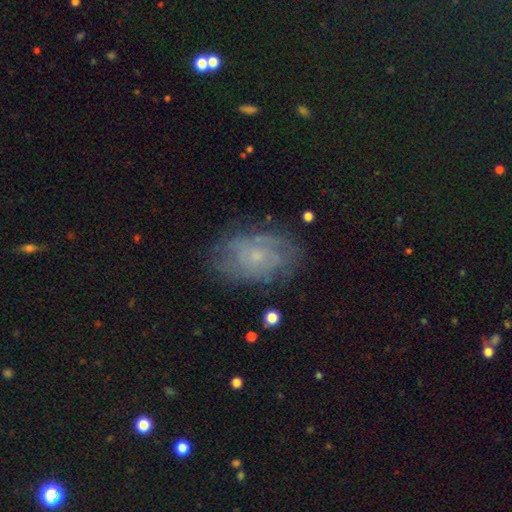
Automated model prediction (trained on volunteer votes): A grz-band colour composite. It shows a featured or disk galaxy (64%) with no bar (81%), spiral arms (78%) and a small central bulge (74%). Merging: none (73%).